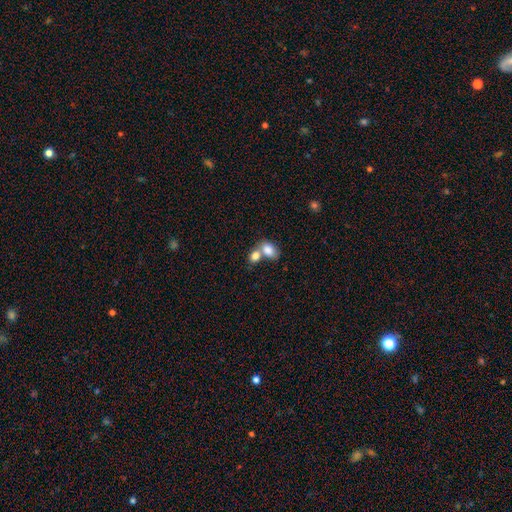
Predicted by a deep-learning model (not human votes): Q: Smooth or featured?
A: smooth (81%); runner-up: featured or disk (10%)
Q: How rounded?
A: in between (70%); runner-up: round (29%)
Q: Merging?
A: merger (58%); runner-up: none (30%)